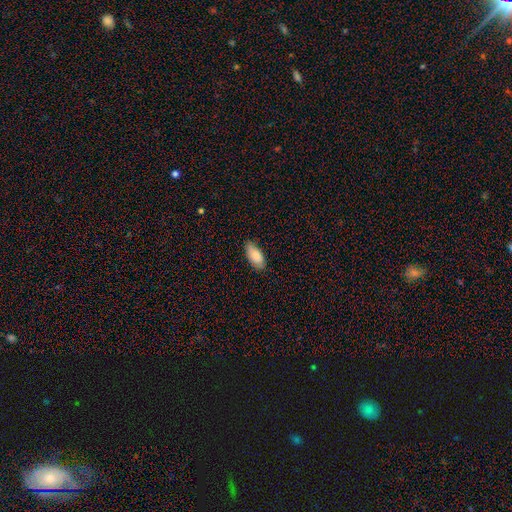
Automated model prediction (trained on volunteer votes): Overall: smooth (85%). How rounded: in between (89%). Merging: none (82%).